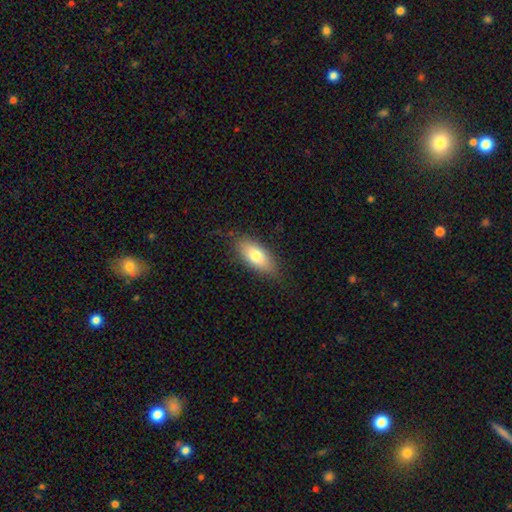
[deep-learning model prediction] This is likely a smooth galaxy (76%). How rounded: clearly in between (85%). Merging: clearly none (82%).